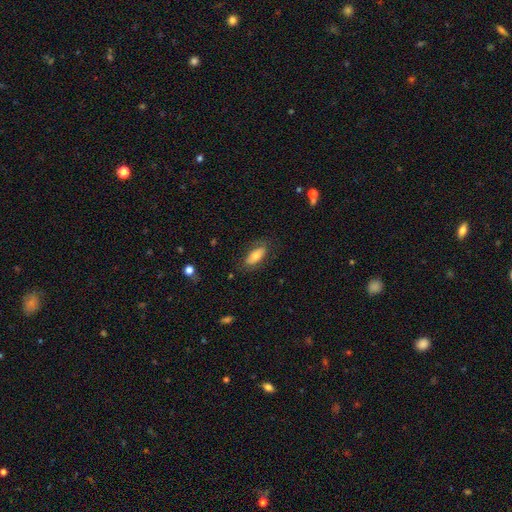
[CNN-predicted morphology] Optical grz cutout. It shows a smooth galaxy with no disk features (69%) that is in between round and cigar-shaped (85%). Merging: none (77%).